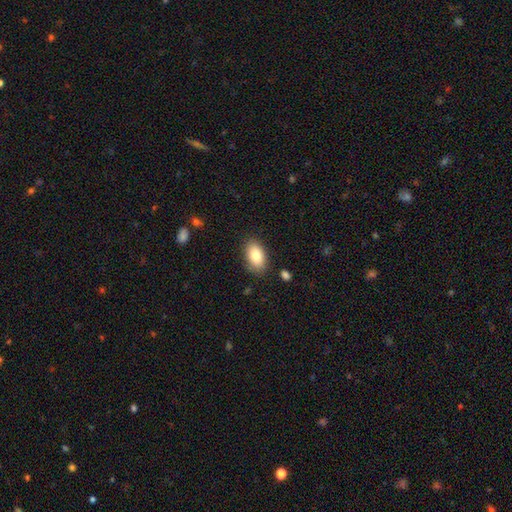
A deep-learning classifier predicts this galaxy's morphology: The model was most divided on "smooth or featured": smooth: 82%, featured or disk: 10%, star or artifact: 7%. More confident: how rounded — in between (92%); merging — none (84%).